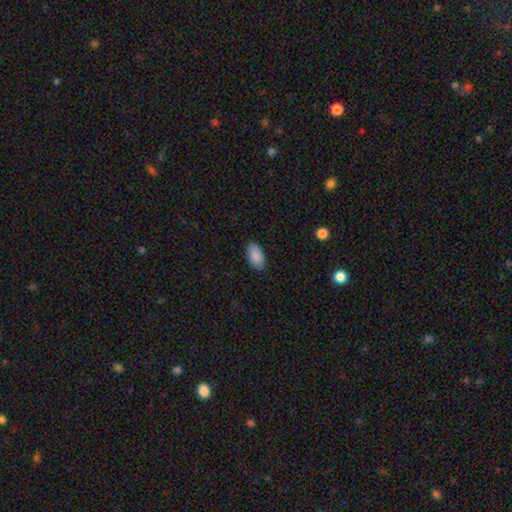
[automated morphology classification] type=smooth (89%); roundness=in between (95%); merging=none (86%).